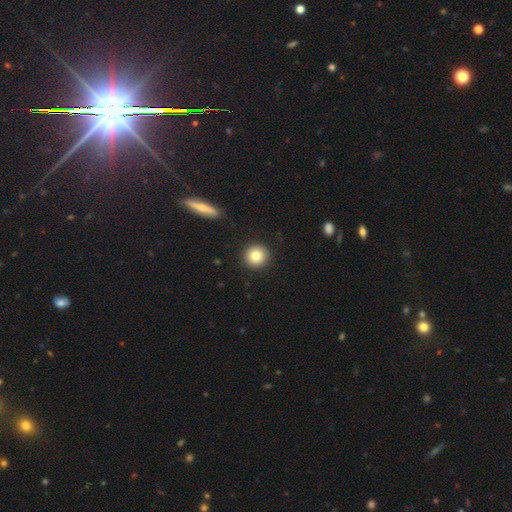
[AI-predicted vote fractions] A smooth galaxy with no disk features (81%) that is round (94%).

Vote fractions:
- Smooth or featured? smooth: 81% / featured or disk: 10% / star or artifact: 10%
- How rounded? round: 94% / in between: 5% / cigar-shaped: 1%
- Merging? none: 92% / minor disturbance: 5% / major disturbance: 2% / merger: 1%